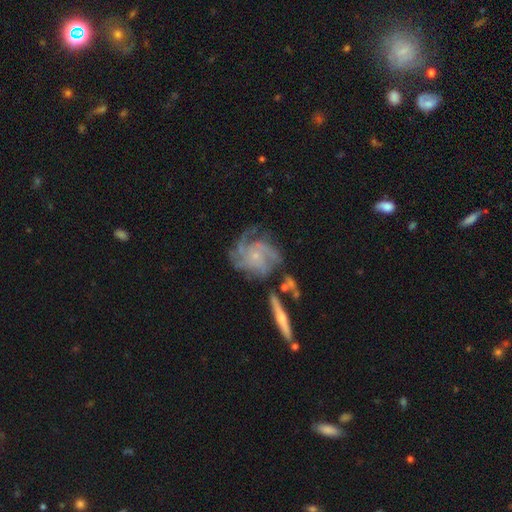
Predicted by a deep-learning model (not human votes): Smooth or featured? Predicted: featured or disk (p=0.87). Edge-on disk? Predicted: no (p=0.96). Bar? Predicted: no (p=0.77). Spiral arms? Predicted: yes (p=0.96). Spiral winding? Predicted: tight (p=0.51). Spiral arm count? Predicted: 3 (p=0.37). Bulge size? Predicted: small (p=0.80). Merging? Predicted: none (p=0.59).